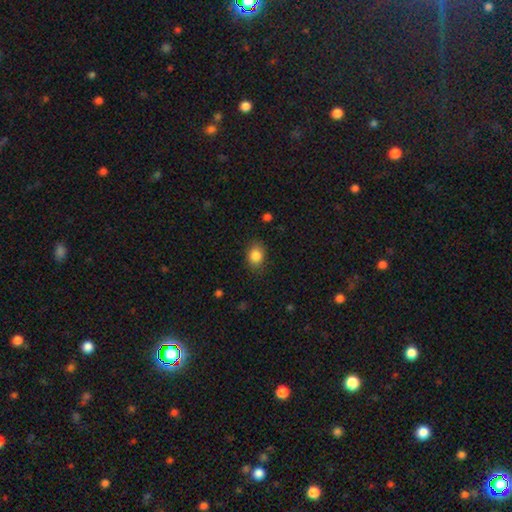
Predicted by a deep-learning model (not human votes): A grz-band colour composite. It shows a smooth galaxy with no disk features (85%) that is in between round and cigar-shaped (56%). Merging: none (83%).